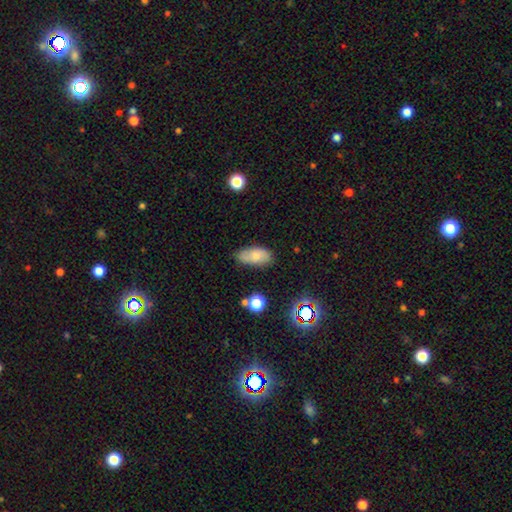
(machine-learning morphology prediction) Smooth or featured?
  - smooth: 70% *
  - featured or disk: 21%
  - star or artifact: 9%
How rounded?
  - in between: 91% *
  - cigar-shaped: 5%
  - round: 4%
Merging?
  - none: 70% *
  - minor disturbance: 22%
  - major disturbance: 4%
  - merger: 3%